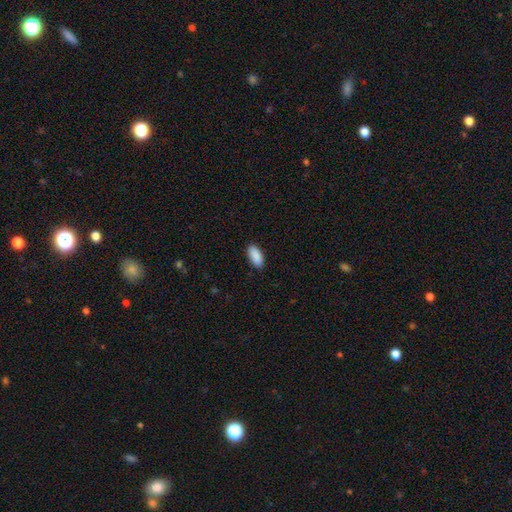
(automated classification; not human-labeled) Overall: smooth (91%). How rounded: in between (90%). Merging: none (89%).